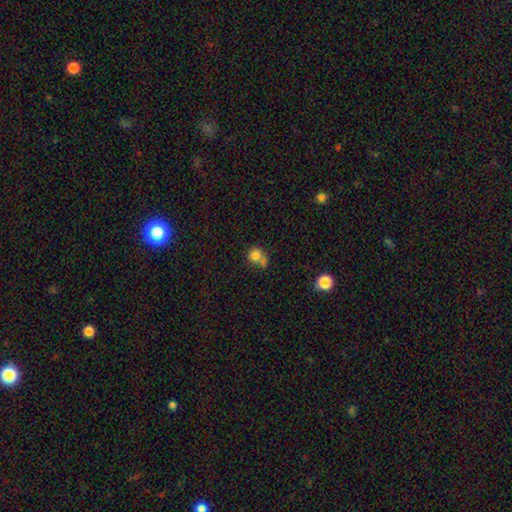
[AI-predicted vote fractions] This appears to be a smooth galaxy with no disk features (78%) that is round (81%). Merging: none (40%).